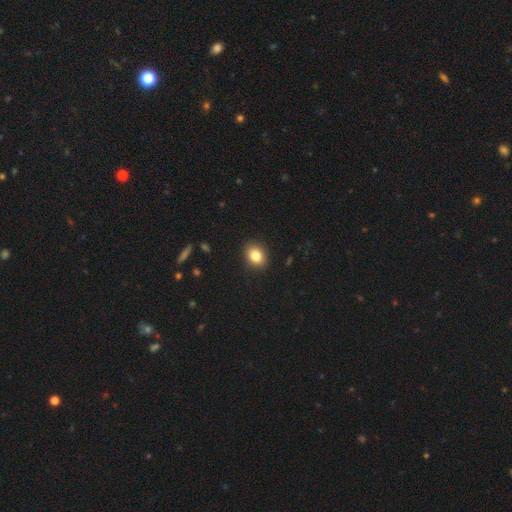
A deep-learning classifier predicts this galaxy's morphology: This appears to be a smooth galaxy with no disk features (83%) that is in between round and cigar-shaped (52%). Merging: none (89%).